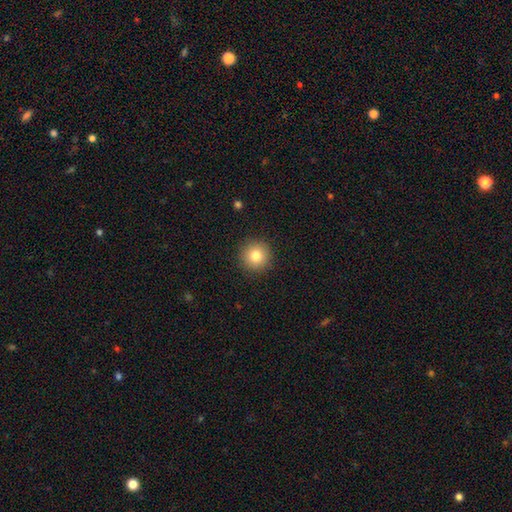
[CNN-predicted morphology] smooth_or_featured: smooth (p=0.81) [alt: star or artifact p=0.11]
how_rounded: round (p=0.95) [alt: in between p=0.04]
merging: none (p=0.91) [alt: minor disturbance p=0.06]